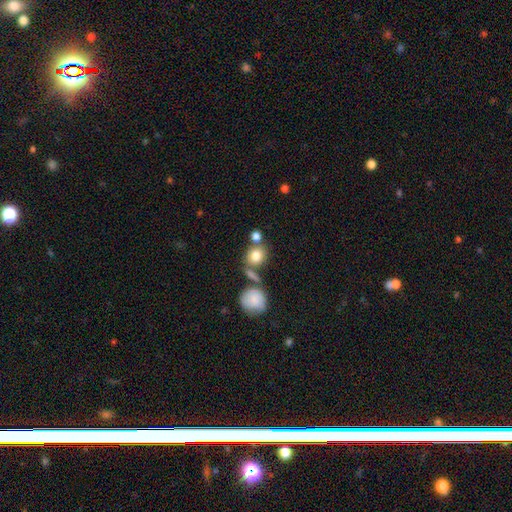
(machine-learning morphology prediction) Smooth or featured: smooth — 79% (featured or disk — 11%)
How rounded: round — 69% (in between — 30%)
Merging: none — 57% (merger — 25%)